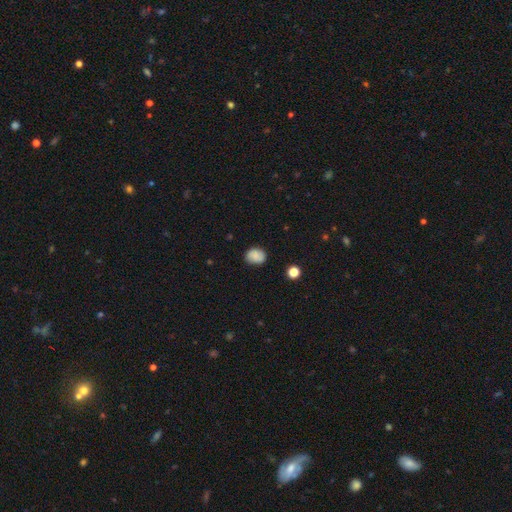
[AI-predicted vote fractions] Q: Smooth or featured?
A: smooth (83%); runner-up: star or artifact (9%)
Q: How rounded?
A: in between (53%); runner-up: round (46%)
Q: Merging?
A: none (77%); runner-up: minor disturbance (18%)